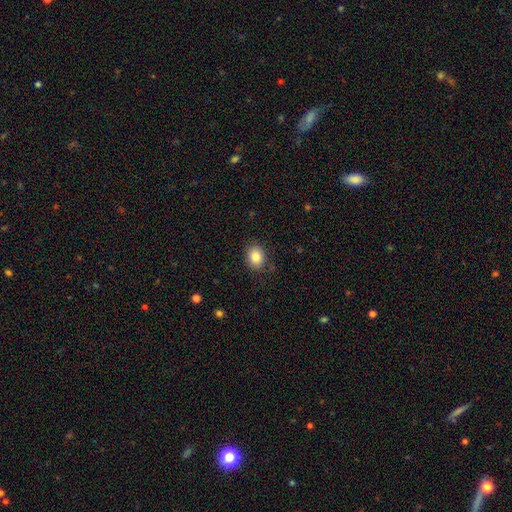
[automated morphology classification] A smooth galaxy with no disk features (84%) that is in between round and cigar-shaped (52%).

Vote fractions:
- Smooth or featured? smooth: 84% / star or artifact: 9% / featured or disk: 7%
- How rounded? in between: 52% / round: 47% / cigar-shaped: 1%
- Merging? none: 85% / minor disturbance: 11% / major disturbance: 3% / merger: 1%